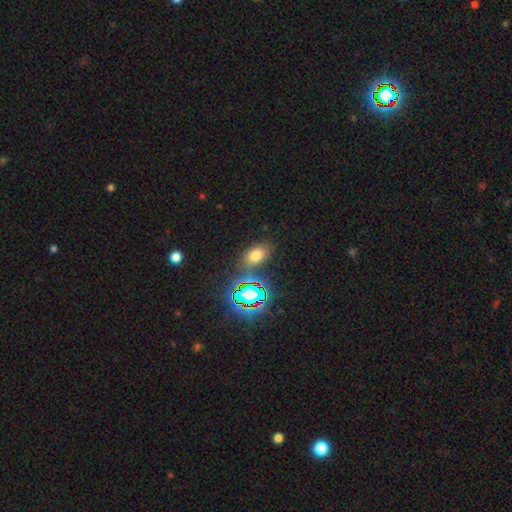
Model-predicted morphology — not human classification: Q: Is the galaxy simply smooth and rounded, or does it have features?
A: smooth — 62%.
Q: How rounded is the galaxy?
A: in between — 82%.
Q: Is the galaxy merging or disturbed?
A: none — 77%.